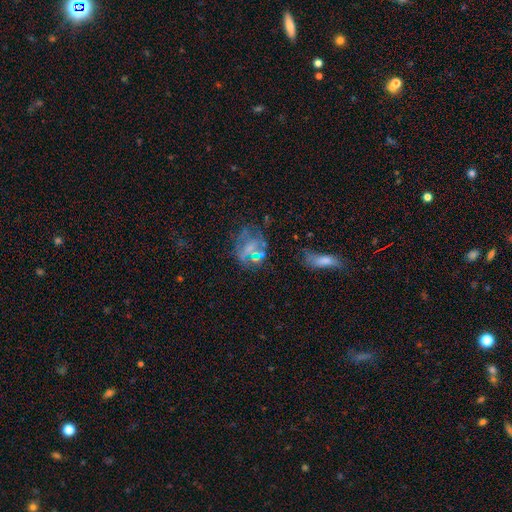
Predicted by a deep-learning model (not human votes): This is marginally a featured or disk galaxy (38%). Merging: possibly none (59%).